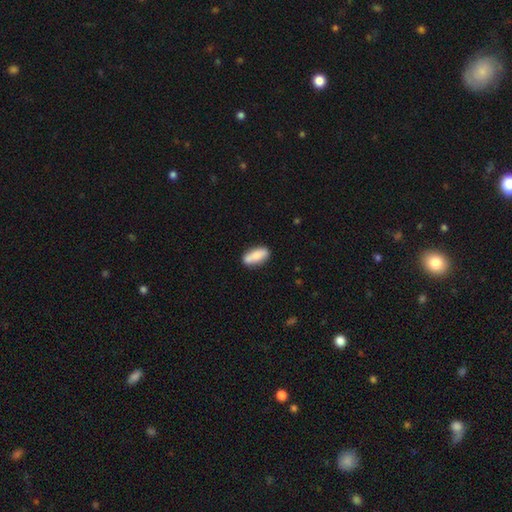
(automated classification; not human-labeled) This is clearly a smooth galaxy (83%). How rounded: likely in between (75%). Merging: clearly none (82%).